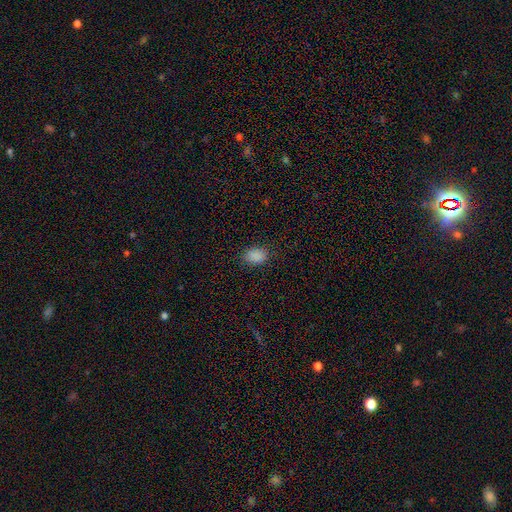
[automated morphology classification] This is clearly a smooth galaxy (87%). How rounded: likely in between (77%). Merging: clearly none (84%).